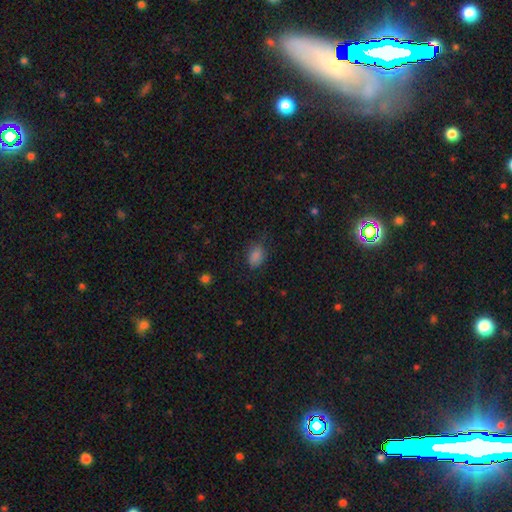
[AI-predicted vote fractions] A smooth galaxy with no disk features (80%) that is in between round and cigar-shaped (80%).

Vote fractions:
- Smooth or featured? smooth: 80% / star or artifact: 14% / featured or disk: 6%
- How rounded? in between: 80% / round: 18% / cigar-shaped: 2%
- Merging? none: 68% / minor disturbance: 23% / major disturbance: 7% / merger: 1%